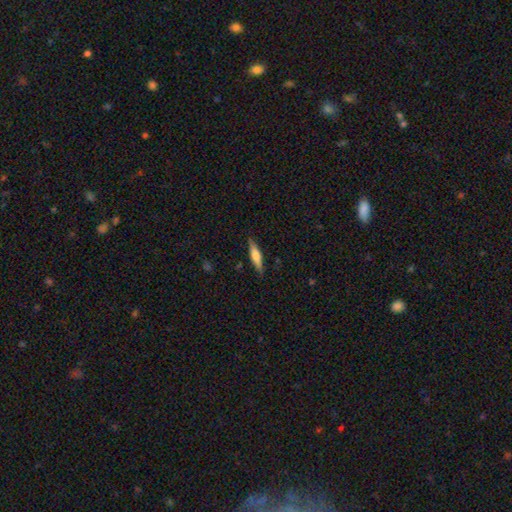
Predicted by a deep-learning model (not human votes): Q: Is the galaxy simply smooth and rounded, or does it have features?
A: smooth — 53%.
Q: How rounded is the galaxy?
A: cigar-shaped — 78%.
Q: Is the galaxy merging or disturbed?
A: none — 86%.